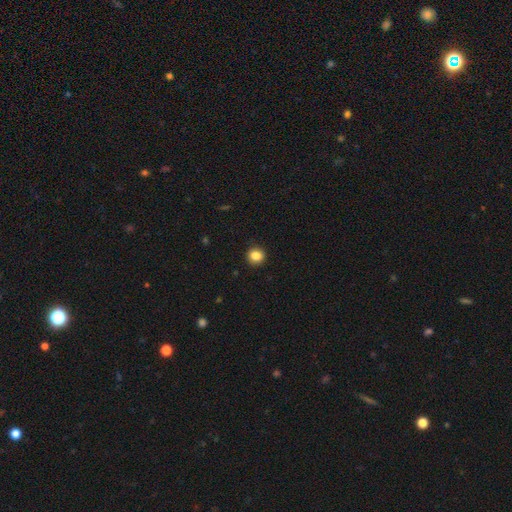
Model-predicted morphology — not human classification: Q: Smooth or featured?
A: smooth (85%); runner-up: star or artifact (10%)
Q: How rounded?
A: round (88%); runner-up: in between (11%)
Q: Merging?
A: none (91%); runner-up: minor disturbance (6%)